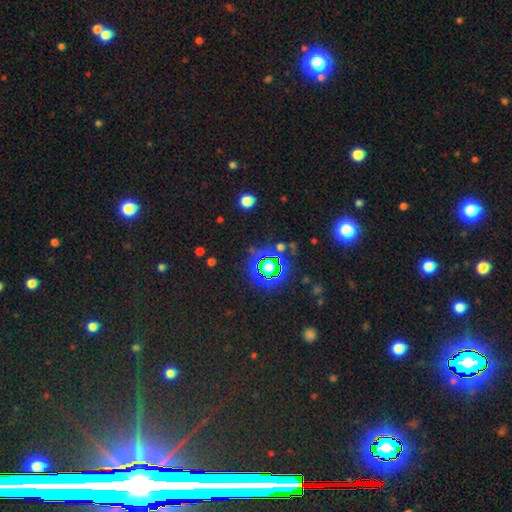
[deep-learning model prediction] Smooth or featured: star or artifact — 74% (smooth — 14%)